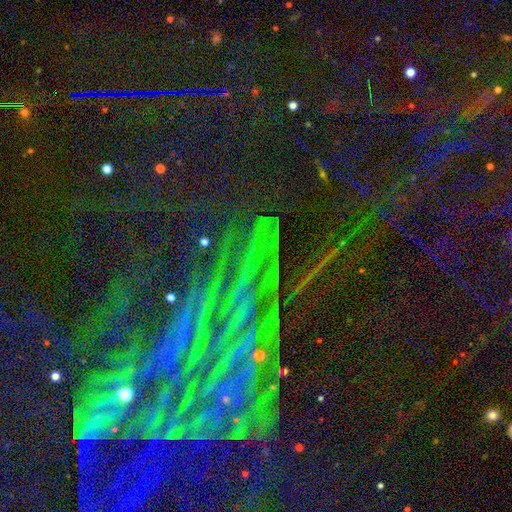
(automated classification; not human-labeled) Smooth or featured?
  - star or artifact: 85% *
  - featured or disk: 8%
  - smooth: 7%